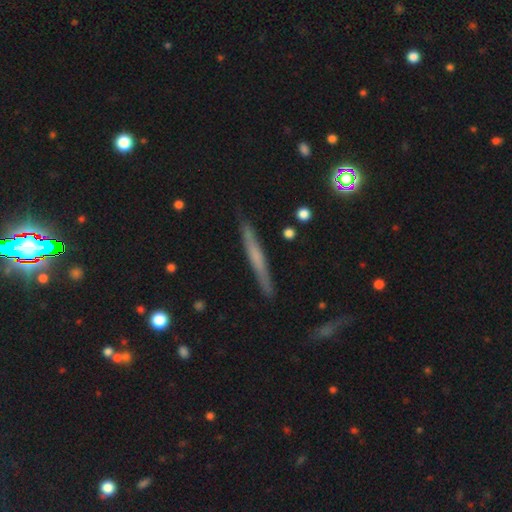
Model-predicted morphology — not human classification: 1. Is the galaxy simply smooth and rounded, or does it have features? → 47% featured or disk, 45% smooth, 8% star or artifact.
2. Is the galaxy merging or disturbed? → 87% none, 9% minor disturbance, 2% major disturbance, 2% merger.